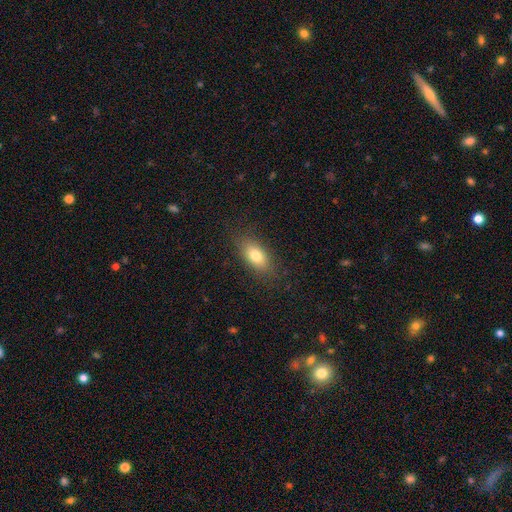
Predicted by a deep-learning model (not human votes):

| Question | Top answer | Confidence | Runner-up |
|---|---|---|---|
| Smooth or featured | smooth | 78% | featured or disk (13%) |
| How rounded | in between | 85% | cigar-shaped (8%) |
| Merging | none | 84% | minor disturbance (11%) |